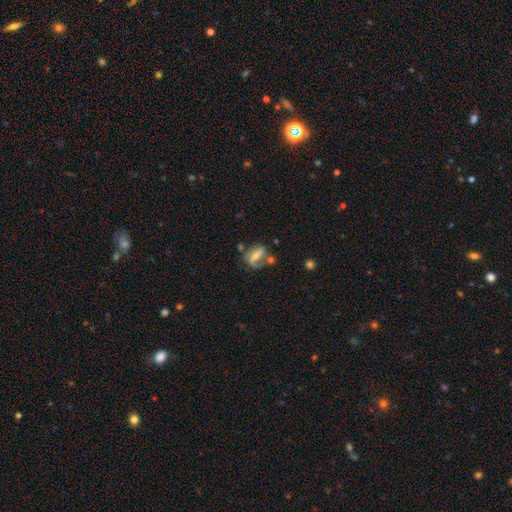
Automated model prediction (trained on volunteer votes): smooth_or_featured: featured or disk (p=0.60) [alt: smooth p=0.31]
disk_edge_on: no (p=0.92) [alt: yes p=0.08]
bar: strong (p=0.48) [alt: weak p=0.32]
has_spiral_arms: yes (p=0.72) [alt: no p=0.28]
bulge_size: small (p=0.43) [alt: moderate p=0.39]
merging: none (p=0.44) [alt: minor disturbance p=0.20]